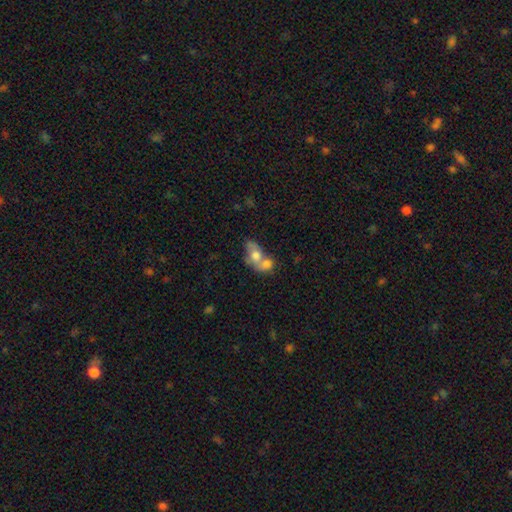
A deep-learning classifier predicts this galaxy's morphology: smooth_or_featured: smooth (p=0.64) [alt: featured or disk p=0.27]
how_rounded: in between (p=0.67) [alt: round p=0.31]
merging: merger (p=0.74) [alt: none p=0.15]